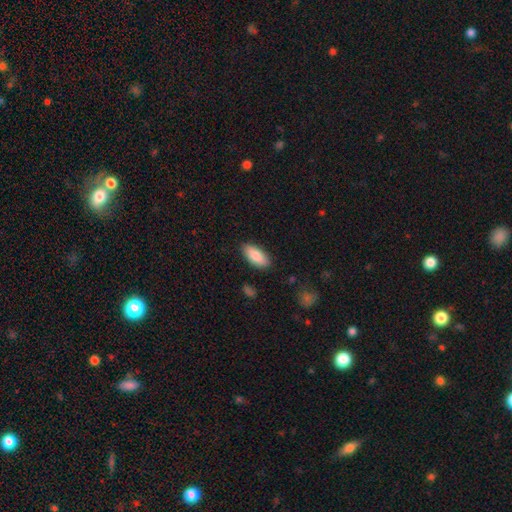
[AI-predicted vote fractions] Overall: smooth (86%). How rounded: in between (88%). Merging: none (87%).